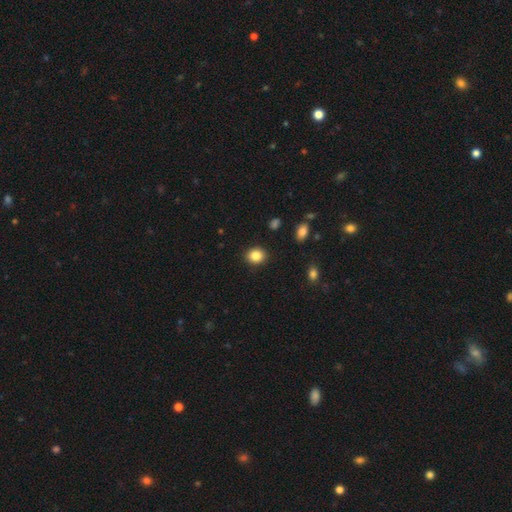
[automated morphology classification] smooth-or-featured: smooth: 86% | star or artifact: 9% | featured or disk: 5%
  how-rounded: round: 68% | in between: 31% | cigar-shaped: 1%
  merging: none: 90% | minor disturbance: 6% | major disturbance: 2% | merger: 1%